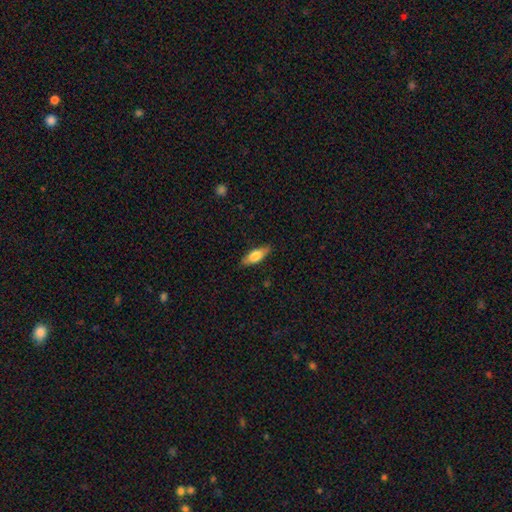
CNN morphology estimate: Smooth or featured? smooth (68%)
How rounded? in between (63%)
Merging? none (85%)